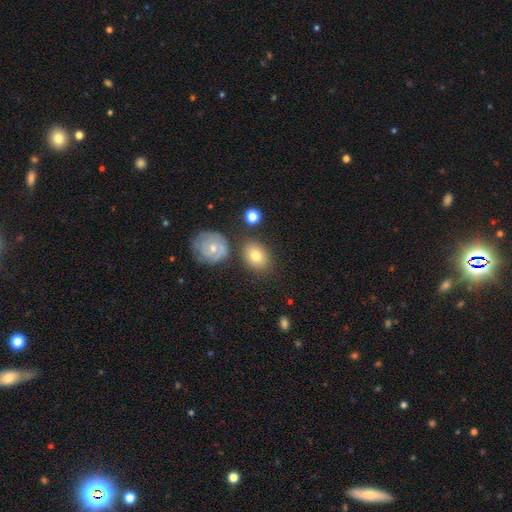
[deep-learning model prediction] smooth 74%, featured or disk 16%, star or artifact 10%. Down the decision tree: how rounded — in between (62%); merging — none (72%).